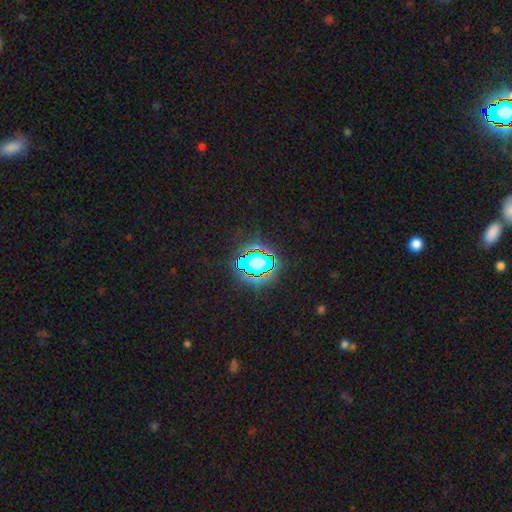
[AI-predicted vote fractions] Q: Smooth or featured?
A: star or artifact (71%); runner-up: smooth (18%)